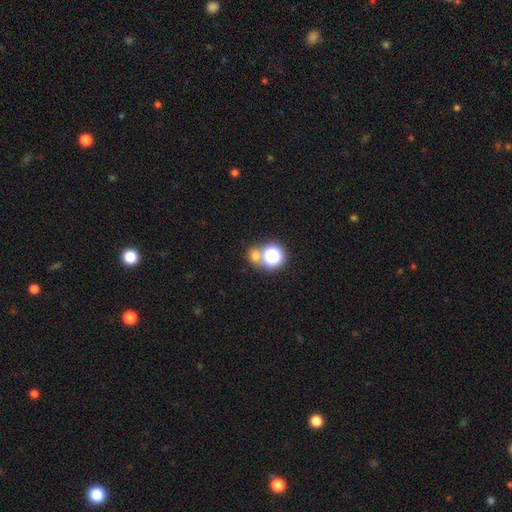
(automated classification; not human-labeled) Smooth or featured? smooth (61%)
How rounded? round (71%)
Merging? none (58%)